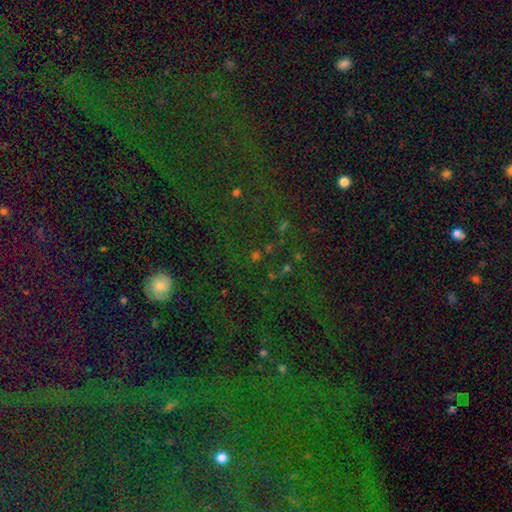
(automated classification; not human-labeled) smooth-or-featured: star or artifact: 62% | smooth: 28% | featured or disk: 11%